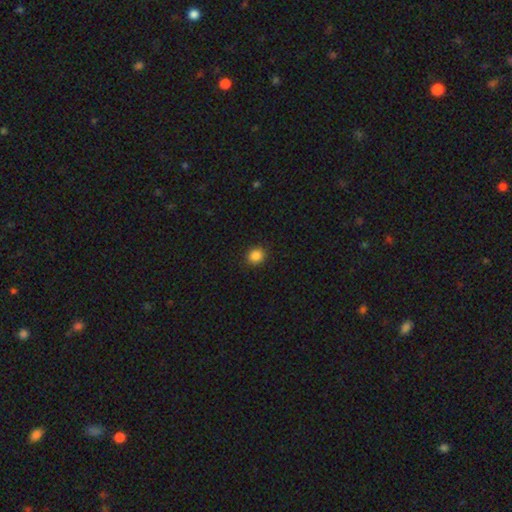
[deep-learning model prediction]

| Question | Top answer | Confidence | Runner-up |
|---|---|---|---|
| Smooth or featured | smooth | 86% | star or artifact (11%) |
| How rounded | round | 72% | in between (27%) |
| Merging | none | 91% | minor disturbance (7%) |